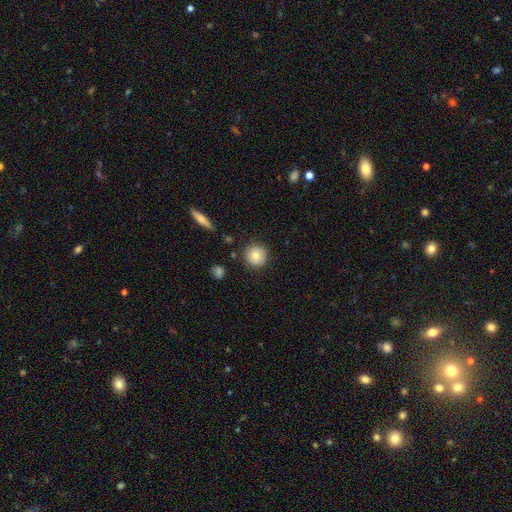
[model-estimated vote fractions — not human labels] Smooth or featured?
  - smooth: 78% *
  - featured or disk: 13%
  - star or artifact: 9%
How rounded?
  - round: 93% *
  - in between: 5%
  - cigar-shaped: 1%
Merging?
  - none: 87% *
  - minor disturbance: 9%
  - major disturbance: 2%
  - merger: 2%